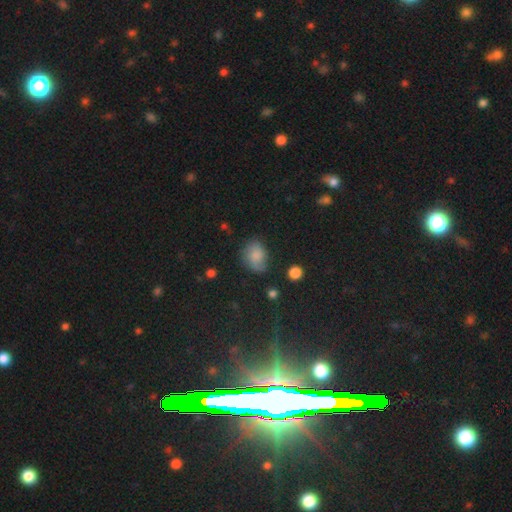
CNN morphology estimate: type=smooth (77%); roundness=in between (63%); merging=none (56%).